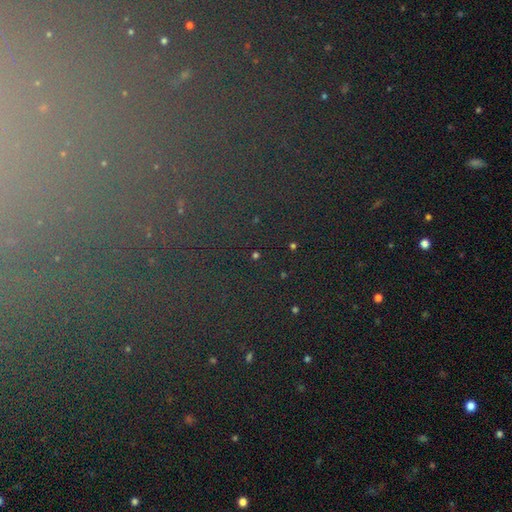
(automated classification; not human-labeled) A star or artifact, not a galaxy (75%).

Vote fractions:
- Smooth or featured? star or artifact: 75% / smooth: 16% / featured or disk: 9%